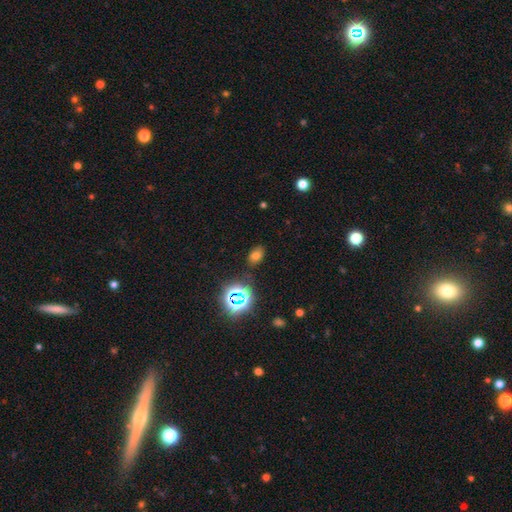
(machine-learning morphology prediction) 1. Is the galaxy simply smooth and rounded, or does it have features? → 64% smooth, 27% star or artifact, 9% featured or disk.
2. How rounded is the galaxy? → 81% in between, 17% round, 2% cigar-shaped.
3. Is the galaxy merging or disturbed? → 77% none, 16% minor disturbance, 5% major disturbance, 3% merger.